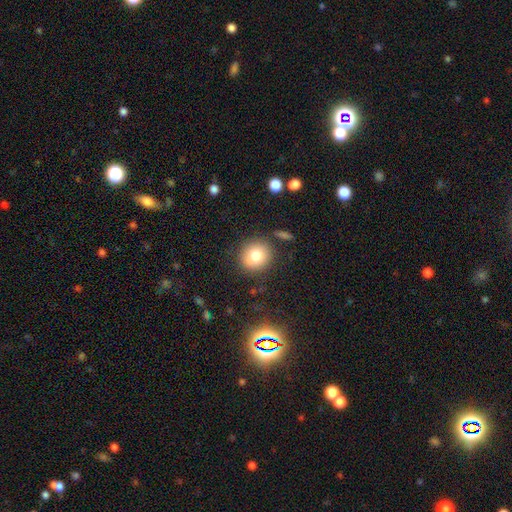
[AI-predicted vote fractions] This appears to be a smooth galaxy with no disk features (78%) that is round (87%). Merging: none (85%).